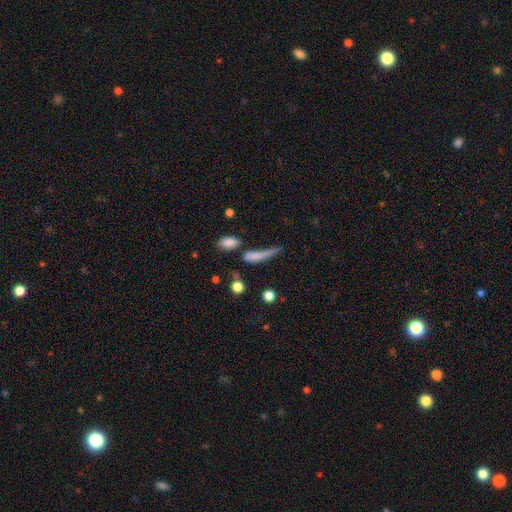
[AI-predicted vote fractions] This appears to be a smooth galaxy with no disk features (69%) that is cigar-shaped (65%). Merging: none (34%).